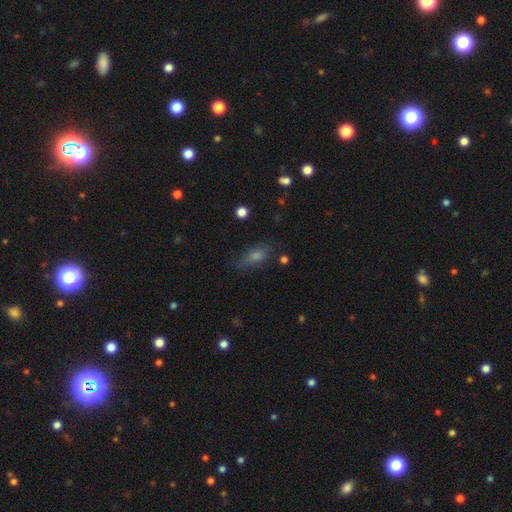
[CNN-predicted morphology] This appears to be a smooth galaxy with no disk features (59%) that is in between round and cigar-shaped (70%). Merging: none (75%).